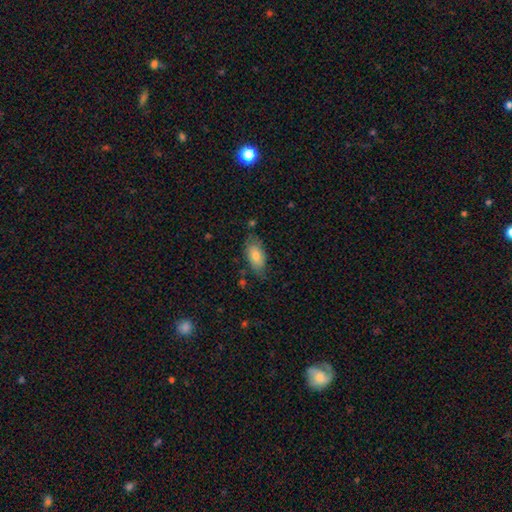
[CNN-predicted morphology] This is likely a smooth galaxy (70%). How rounded: clearly in between (90%). Merging: likely none (68%).